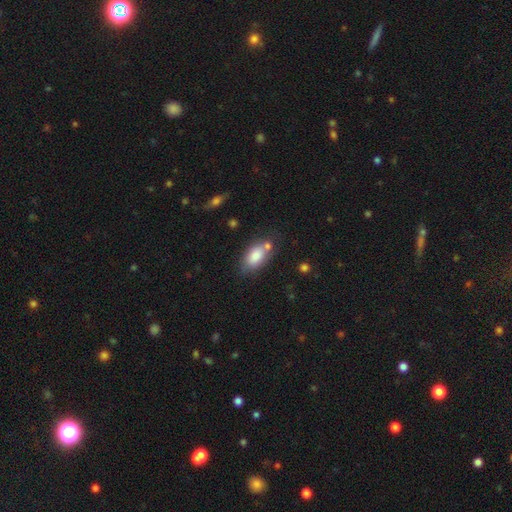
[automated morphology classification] The model was most divided on "merging": none: 60%, minor disturbance: 18%, merger: 17%, major disturbance: 5%. More confident: how rounded — in between (90%); smooth or featured — smooth (82%).